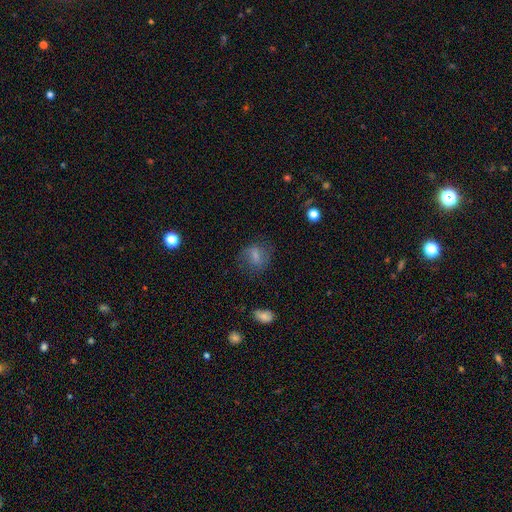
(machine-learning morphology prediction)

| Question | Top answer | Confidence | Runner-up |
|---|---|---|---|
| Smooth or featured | smooth | 65% | featured or disk (24%) |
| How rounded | round | 51% | in between (47%) |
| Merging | none | 66% | minor disturbance (20%) |